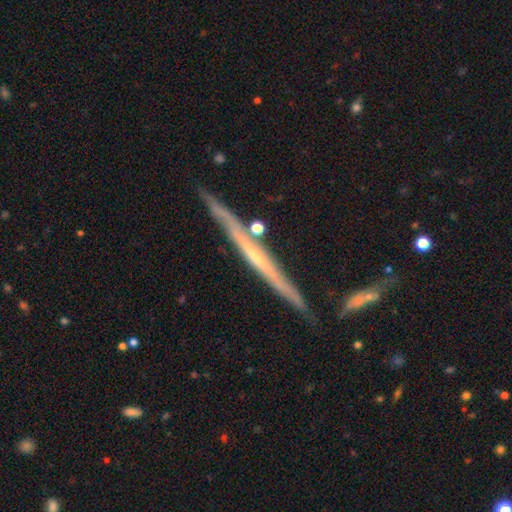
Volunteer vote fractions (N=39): Smooth or featured? featured or disk (85%)
Edge-on disk? yes (91%)
Edge-on bulge? none (83%)
Merging? none (71%)